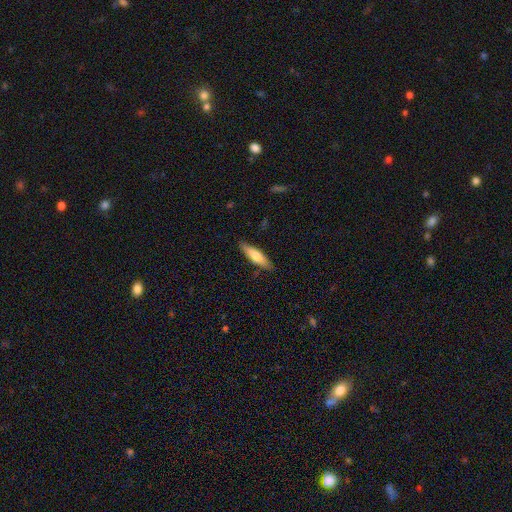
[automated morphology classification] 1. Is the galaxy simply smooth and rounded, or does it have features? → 68% smooth, 27% featured or disk, 6% star or artifact.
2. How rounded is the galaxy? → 68% cigar-shaped, 30% in between, 2% round.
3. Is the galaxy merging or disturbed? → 86% none, 11% minor disturbance, 2% major disturbance, 1% merger.